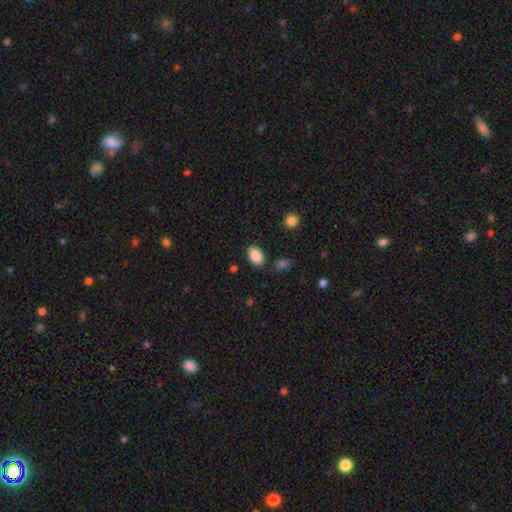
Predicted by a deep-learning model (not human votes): Morphology: type=smooth (87%); roundness=in between (90%); merging=none (83%).